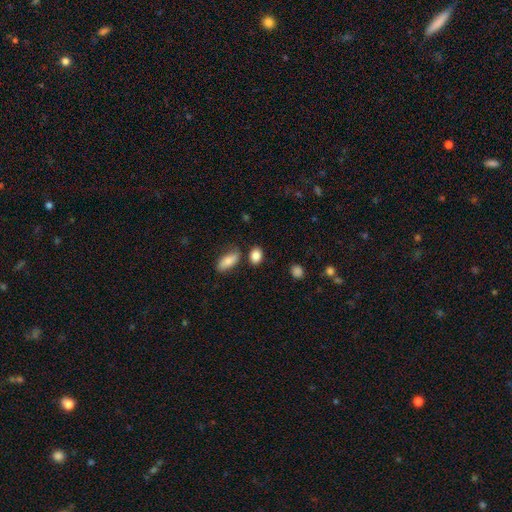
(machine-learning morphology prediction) Overall: smooth (86%). How rounded: in between (73%). Merging: none (75%).